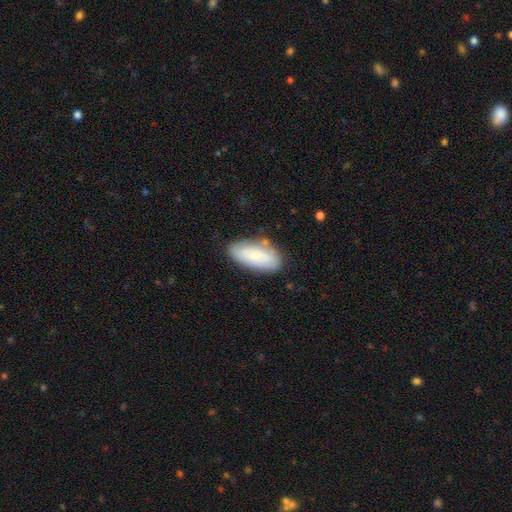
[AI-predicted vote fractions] smooth 67%, featured or disk 26%, star or artifact 7%. Down the decision tree: how rounded — in between (87%); merging — none (75%).